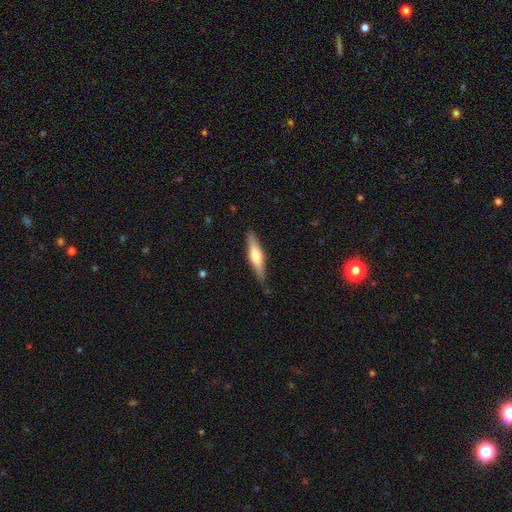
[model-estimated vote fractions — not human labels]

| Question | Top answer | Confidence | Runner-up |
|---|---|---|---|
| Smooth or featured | featured or disk | 52% | smooth (43%) |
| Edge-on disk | yes | 95% | no (5%) |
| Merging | none | 86% | minor disturbance (11%) |